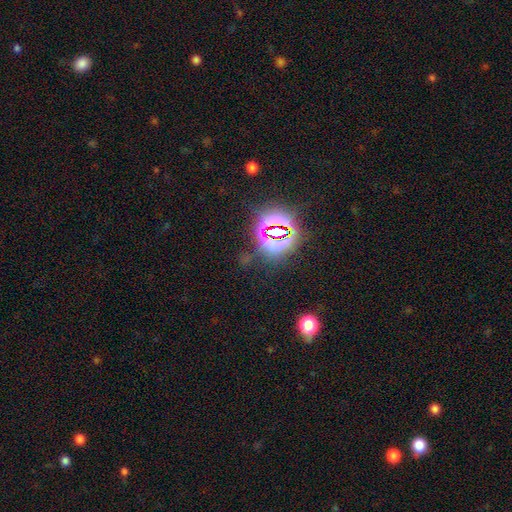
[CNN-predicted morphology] This is clearly a star or artifact rather than a galaxy (82%).